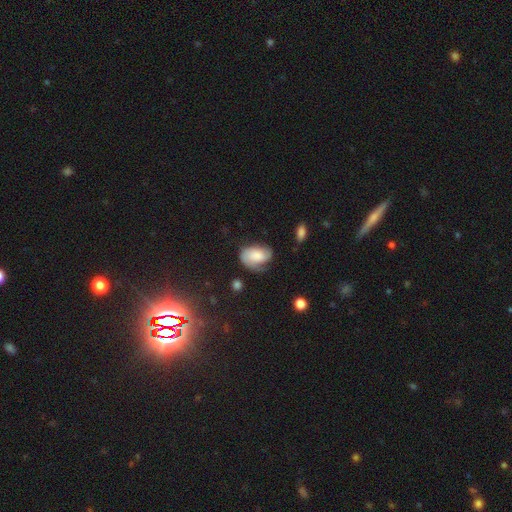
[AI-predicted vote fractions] Morphology: type=featured or disk (50%); edge-on=no (97%); merging=none (52%).